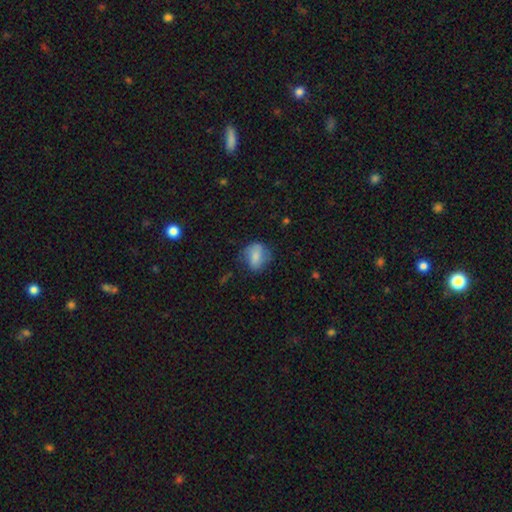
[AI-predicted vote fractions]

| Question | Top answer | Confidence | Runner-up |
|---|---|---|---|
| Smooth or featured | smooth | 72% | featured or disk (20%) |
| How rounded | in between | 53% | round (46%) |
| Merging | none | 59% | minor disturbance (27%) |